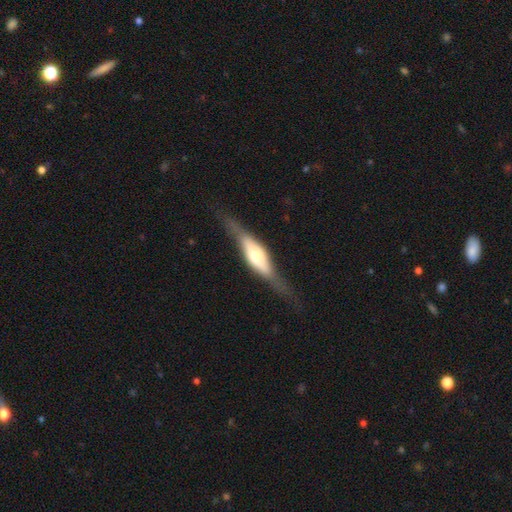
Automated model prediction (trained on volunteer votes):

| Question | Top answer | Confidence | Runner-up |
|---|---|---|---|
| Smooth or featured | featured or disk | 71% | smooth (24%) |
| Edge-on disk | yes | 88% | no (12%) |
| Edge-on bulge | rounded | 69% | boxy (27%) |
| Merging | none | 74% | minor disturbance (16%) |